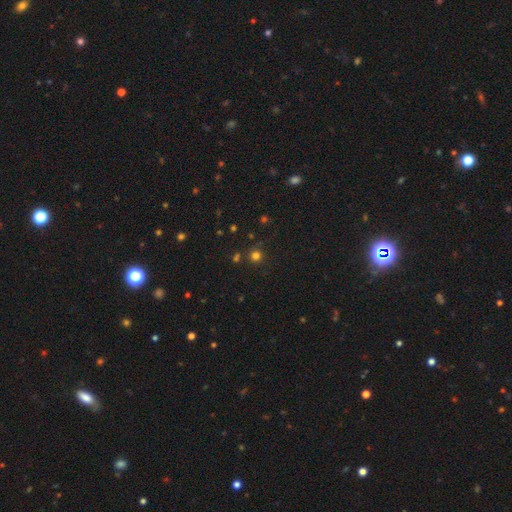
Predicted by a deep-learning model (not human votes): Smooth or featured? Predicted: smooth (p=0.72). How rounded? Predicted: round (p=0.93). Merging? Predicted: none (p=0.81).